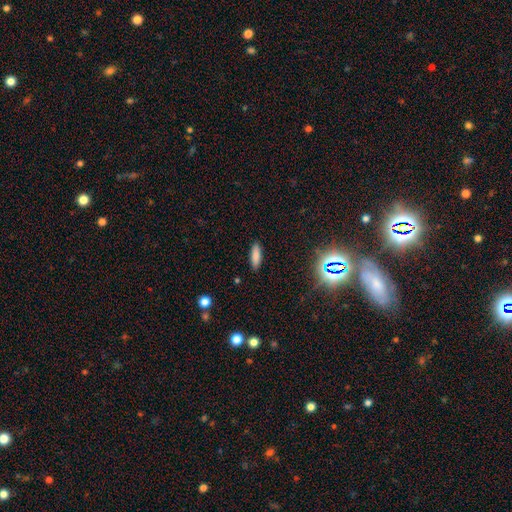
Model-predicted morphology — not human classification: Overall: smooth (82%). How rounded: cigar-shaped (49%, tied with in between). Merging: none (89%).